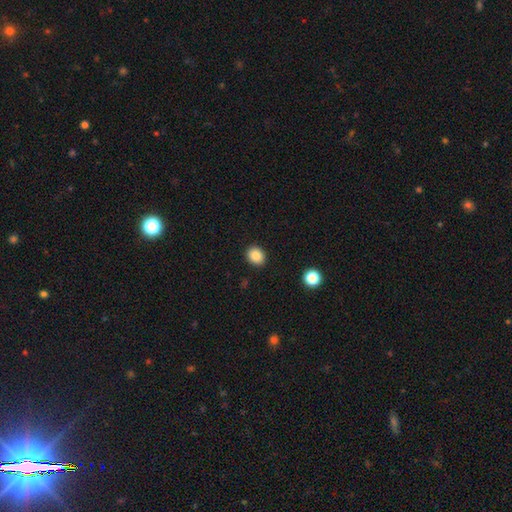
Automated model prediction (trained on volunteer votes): smooth-or-featured: smooth: 86% | star or artifact: 10% | featured or disk: 4%
  how-rounded: round: 61% | in between: 39% | cigar-shaped: 1%
  merging: none: 91% | minor disturbance: 6% | major disturbance: 2% | merger: 1%